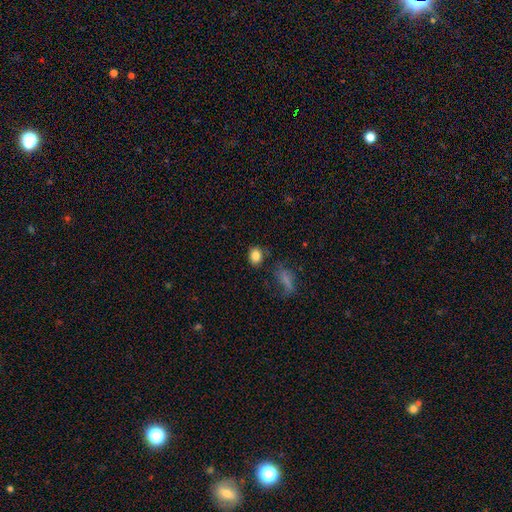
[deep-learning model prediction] Smooth or featured: smooth — 84% (star or artifact — 10%)
How rounded: in between — 51% (round — 47%)
Merging: none — 76% (minor disturbance — 14%)